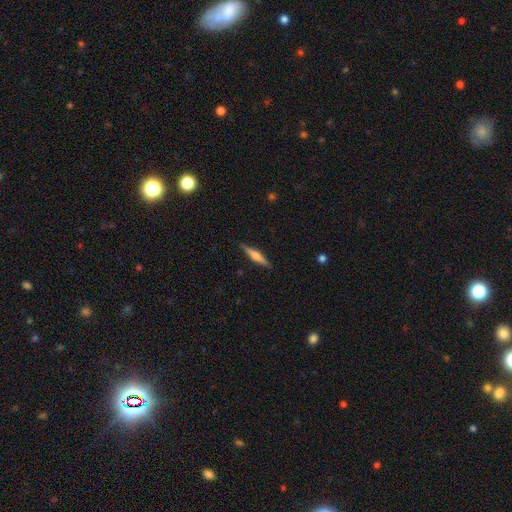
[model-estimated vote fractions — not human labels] This is possibly a featured or disk galaxy (52%). It is clearly viewed edge-on (96%). Merging: clearly none (89%).